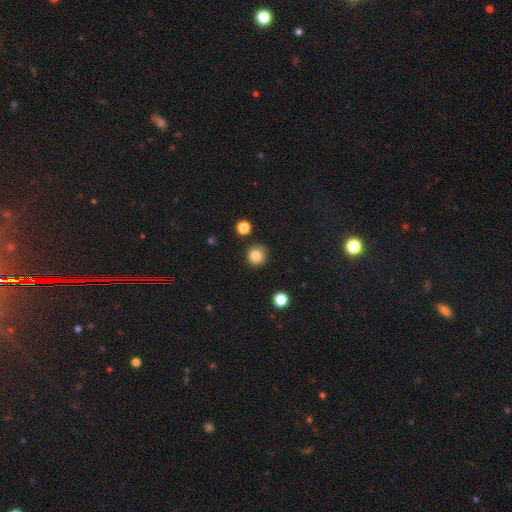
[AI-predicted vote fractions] Smooth or featured?
  - smooth: 84% *
  - star or artifact: 11%
  - featured or disk: 5%
How rounded?
  - round: 94% *
  - in between: 5%
  - cigar-shaped: 1%
Merging?
  - none: 89% *
  - minor disturbance: 7%
  - merger: 2%
  - major disturbance: 2%